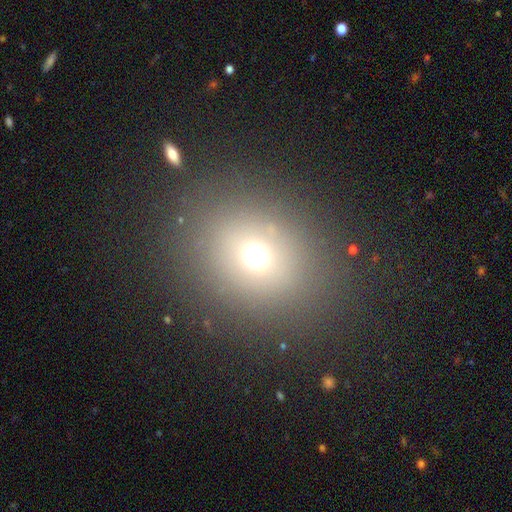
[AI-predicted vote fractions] Smooth or featured?
  - smooth: 66% *
  - star or artifact: 23%
  - featured or disk: 11%
How rounded?
  - round: 68% *
  - in between: 31%
  - cigar-shaped: 1%
Merging?
  - none: 83% *
  - minor disturbance: 9%
  - major disturbance: 6%
  - merger: 2%